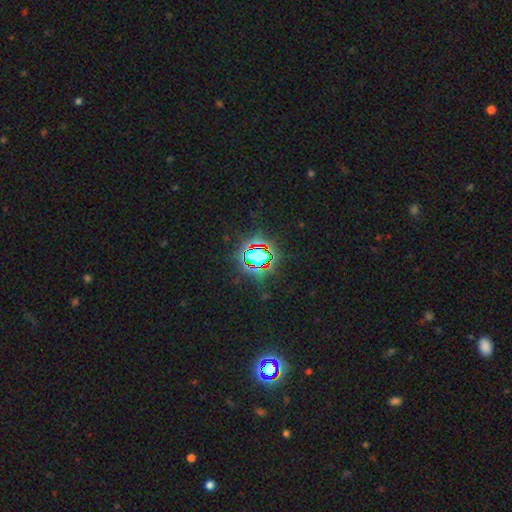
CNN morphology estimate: Q: Smooth or featured?
A: star or artifact (73%); runner-up: smooth (17%)